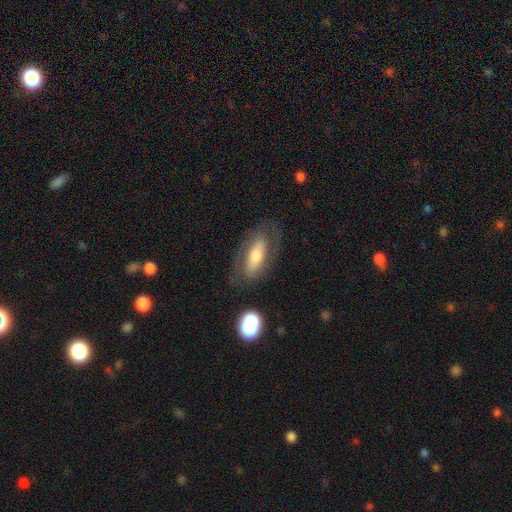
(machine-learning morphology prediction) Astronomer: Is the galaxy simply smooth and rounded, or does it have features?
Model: featured or disk — 47% (runner-up: smooth, 45%).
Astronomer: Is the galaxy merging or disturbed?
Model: none — 71%.